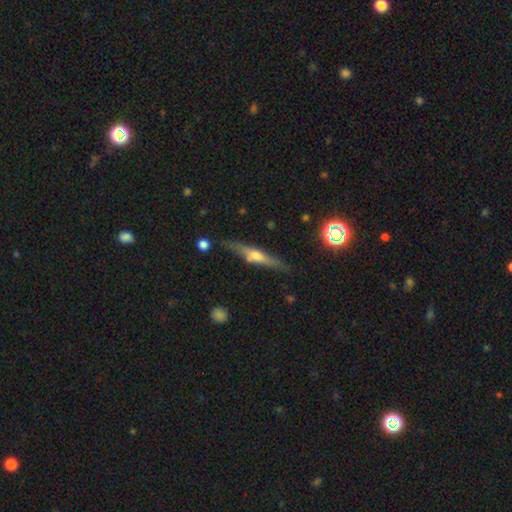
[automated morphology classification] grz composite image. It shows a featured or disk galaxy (63%) viewed edge-on (94%) with a rounded central bulge (83%). Merging: none (82%).